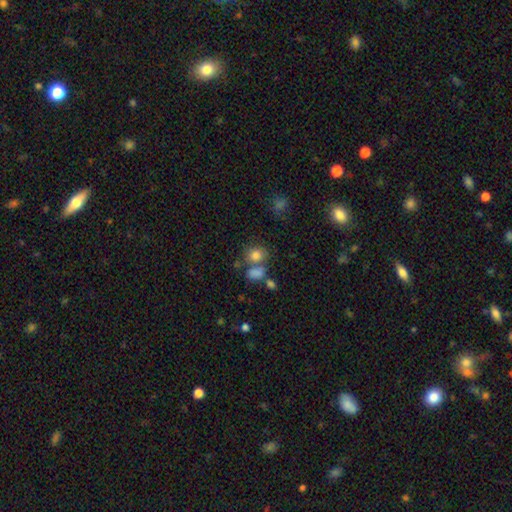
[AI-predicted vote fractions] This appears to be a smooth galaxy with no disk features (79%) that is round (59%). Merging: none (50%).